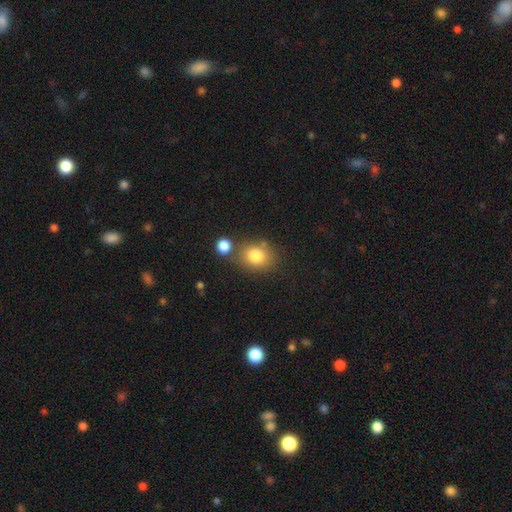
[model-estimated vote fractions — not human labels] Smooth or featured? Predicted: smooth (p=0.81). How rounded? Predicted: round (p=0.51). Merging? Predicted: none (p=0.67).